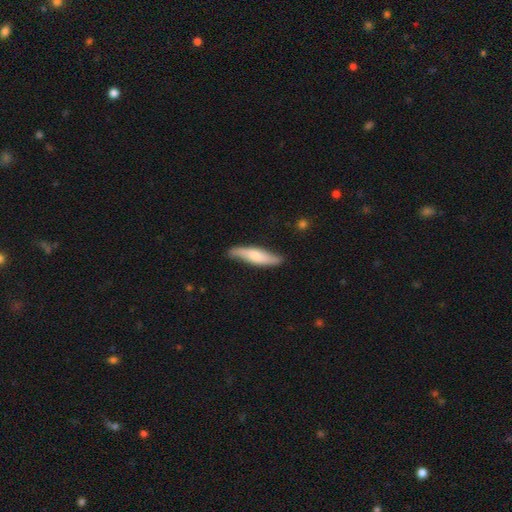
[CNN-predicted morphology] smooth_or_featured: smooth (p=0.58) [alt: featured or disk p=0.36]
how_rounded: cigar-shaped (p=0.74) [alt: in between p=0.24]
merging: none (p=0.77) [alt: minor disturbance p=0.18]